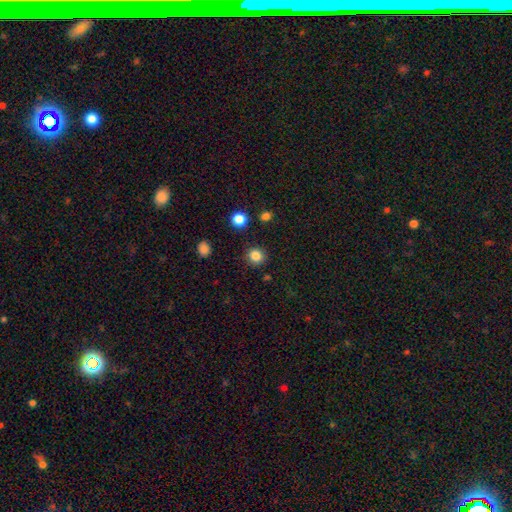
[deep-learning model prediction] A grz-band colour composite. It shows a smooth galaxy with no disk features (84%) that is round (91%). Merging: none (89%).